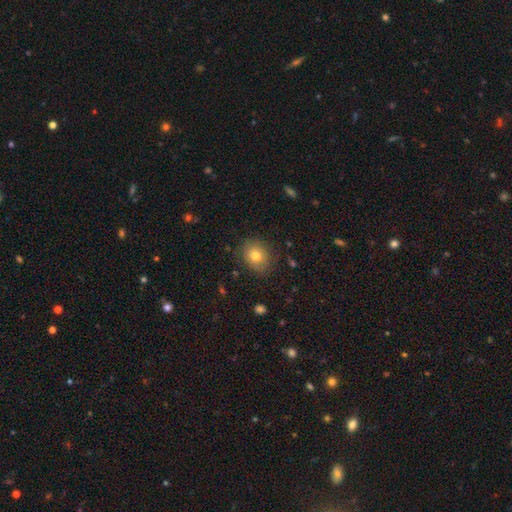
smooth-or-featured: smooth: 77% | featured or disk: 15% | star or artifact: 8%
  how-rounded: round: 57% | in between: 40% | cigar-shaped: 3%
  merging: none: 72% | minor disturbance: 22% | major disturbance: 3% | merger: 3%